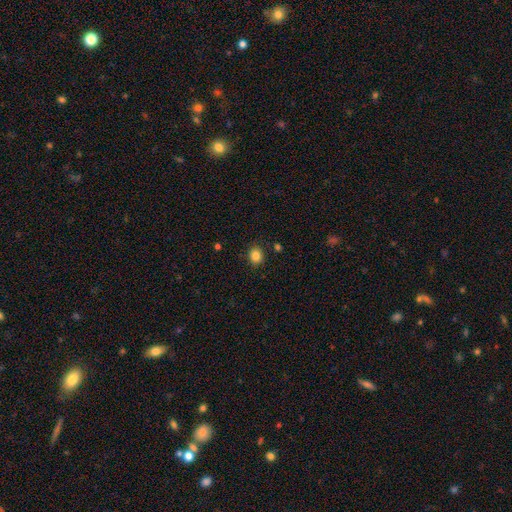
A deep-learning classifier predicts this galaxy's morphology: Q: Smooth or featured?
A: smooth (84%); runner-up: star or artifact (11%)
Q: How rounded?
A: round (66%); runner-up: in between (33%)
Q: Merging?
A: none (88%); runner-up: minor disturbance (8%)